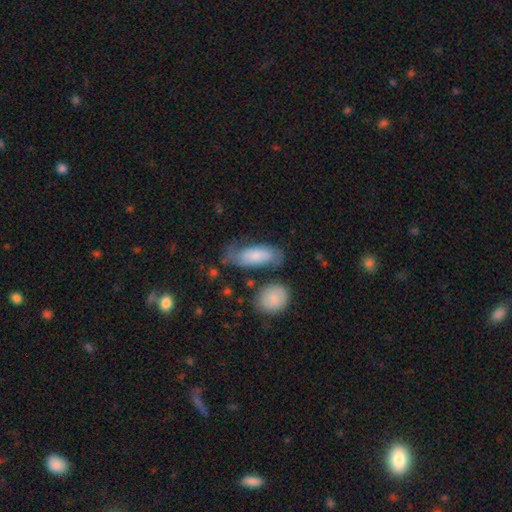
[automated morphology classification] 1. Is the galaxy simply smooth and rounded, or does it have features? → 61% smooth, 32% featured or disk, 7% star or artifact.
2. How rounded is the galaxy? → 82% in between, 14% cigar-shaped, 4% round.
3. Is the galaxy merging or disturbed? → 51% none, 26% minor disturbance, 14% major disturbance, 9% merger.